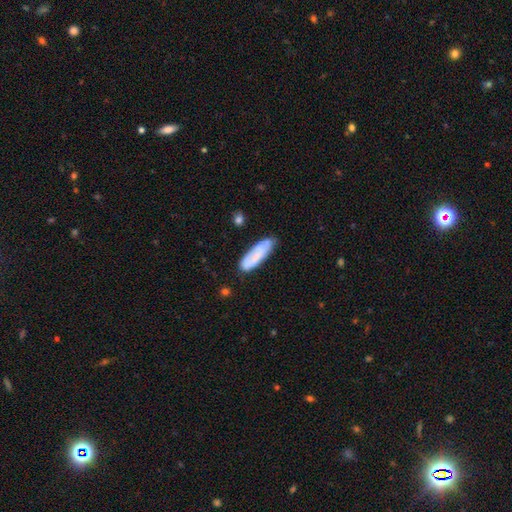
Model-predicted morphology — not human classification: This is likely a smooth galaxy (65%). How rounded: possibly cigar-shaped (54%). Merging: likely none (72%).